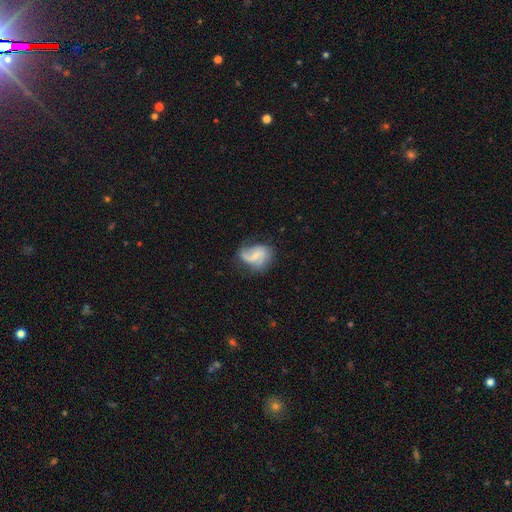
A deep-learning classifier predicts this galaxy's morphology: Q: Smooth or featured?
A: featured or disk (63%); runner-up: smooth (29%)
Q: Edge-on disk?
A: no (97%); runner-up: yes (3%)
Q: Bar?
A: weak (46%); runner-up: no (41%)
Q: Spiral arms?
A: yes (86%); runner-up: no (14%)
Q: Spiral winding?
A: loose (50%); runner-up: medium (37%)
Q: Spiral arm count?
A: 2 (60%); runner-up: 1 (19%)
Q: Bulge size?
A: small (55%); runner-up: moderate (24%)
Q: Merging?
A: none (49%); runner-up: minor disturbance (29%)